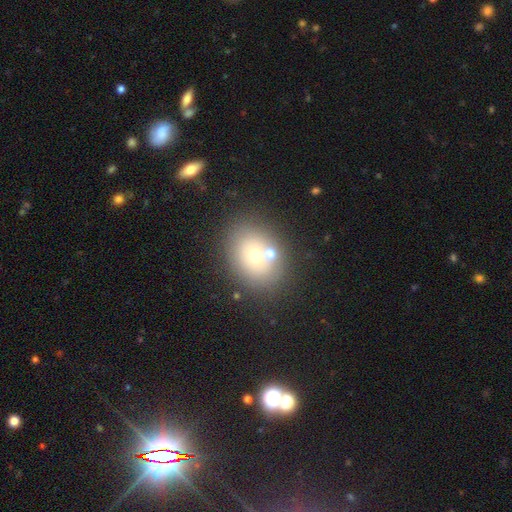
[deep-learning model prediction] Q: Smooth or featured?
A: smooth (65%); runner-up: featured or disk (22%)
Q: How rounded?
A: in between (50%); runner-up: round (49%)
Q: Merging?
A: none (67%); runner-up: merger (17%)